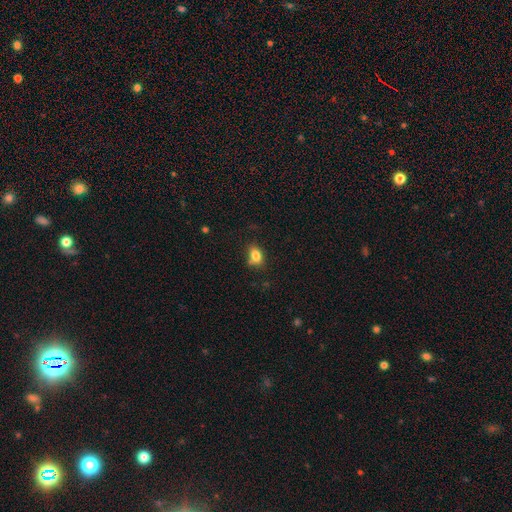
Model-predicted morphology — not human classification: smooth-or-featured: smooth: 82% | star or artifact: 10% | featured or disk: 8%
  how-rounded: in between: 75% | round: 23% | cigar-shaped: 2%
  merging: none: 66% | minor disturbance: 22% | merger: 7% | major disturbance: 5%